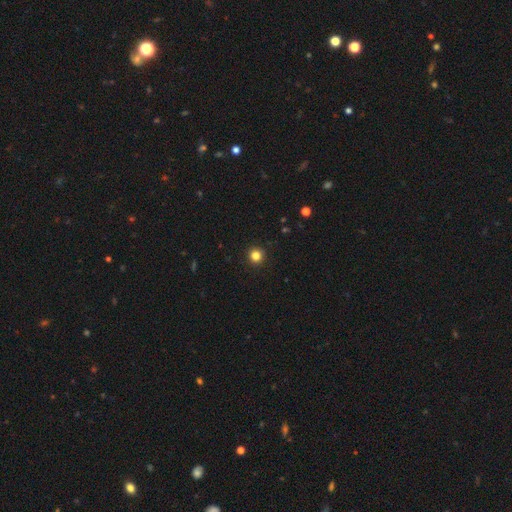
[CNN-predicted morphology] Overall: smooth (83%). How rounded: round (95%). Merging: none (93%).